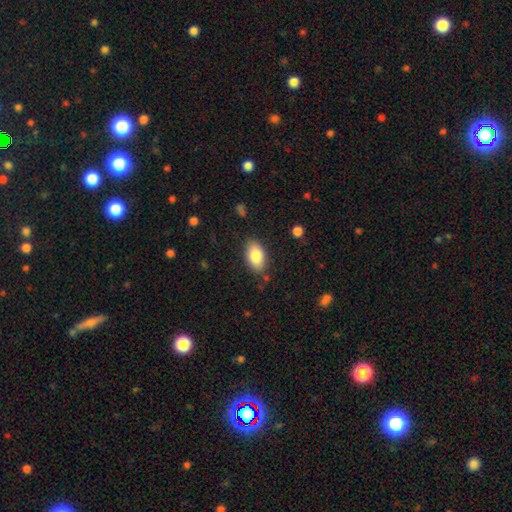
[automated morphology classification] smooth-or-featured: smooth: 84% | featured or disk: 9% | star or artifact: 7%
  how-rounded: in between: 93% | round: 5% | cigar-shaped: 2%
  merging: none: 83% | minor disturbance: 12% | major disturbance: 3% | merger: 2%